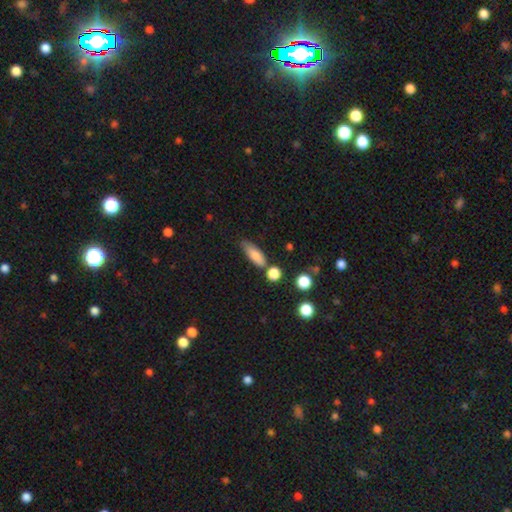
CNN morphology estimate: This appears to be a smooth galaxy with no disk features (79%) that is in between round and cigar-shaped (61%). Merging: none (61%).